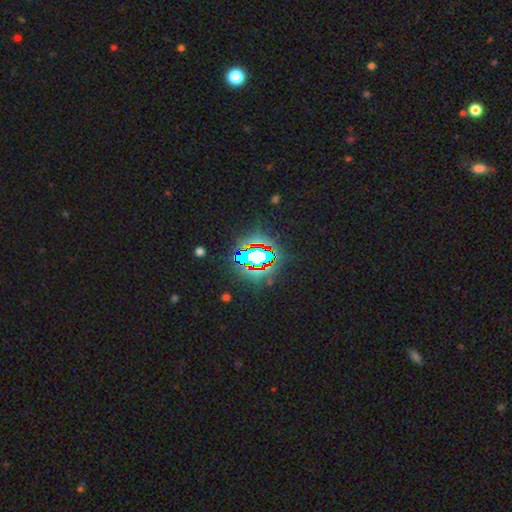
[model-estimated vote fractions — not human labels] A star or artifact, not a galaxy (66%).

Vote fractions:
- Smooth or featured? star or artifact: 66% / smooth: 21% / featured or disk: 14%